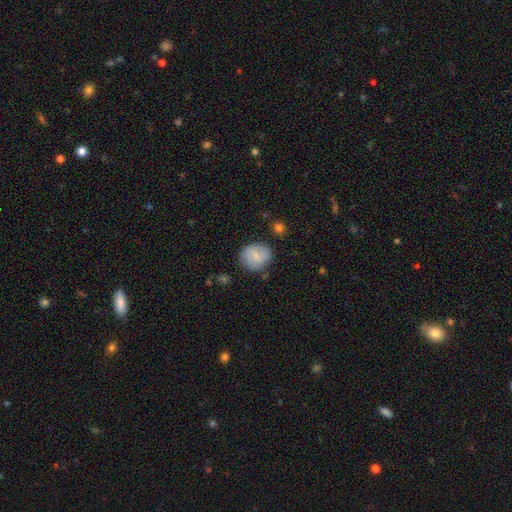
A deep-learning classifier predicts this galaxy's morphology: smooth-or-featured: smooth: 68% | featured or disk: 25% | star or artifact: 7%
  how-rounded: round: 74% | in between: 25% | cigar-shaped: 1%
  merging: none: 76% | minor disturbance: 17% | major disturbance: 5% | merger: 2%